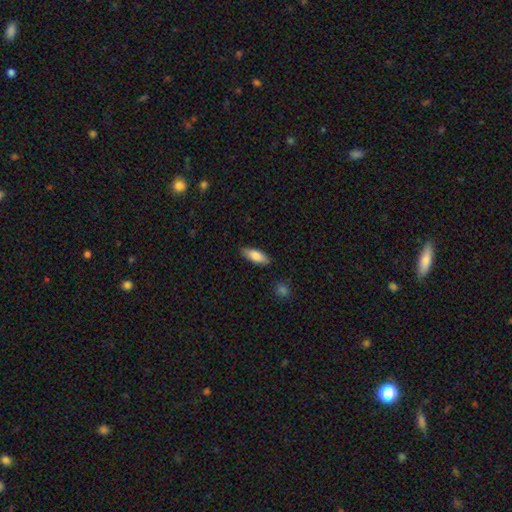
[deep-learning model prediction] Q: Smooth or featured?
A: smooth (82%); runner-up: featured or disk (12%)
Q: How rounded?
A: in between (71%); runner-up: cigar-shaped (27%)
Q: Merging?
A: none (85%); runner-up: minor disturbance (11%)